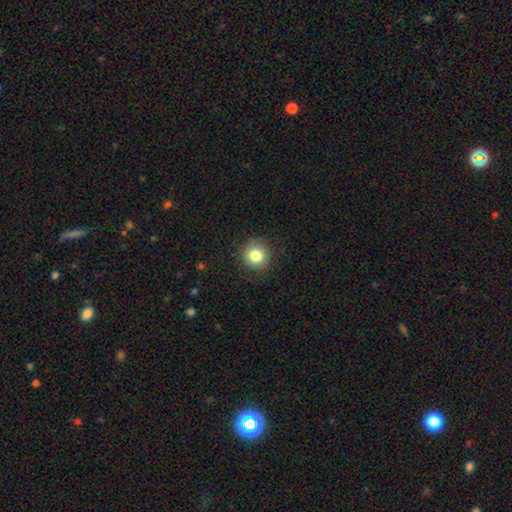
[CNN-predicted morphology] This appears to be a smooth galaxy with no disk features (81%) that is round (92%). Merging: none (88%).